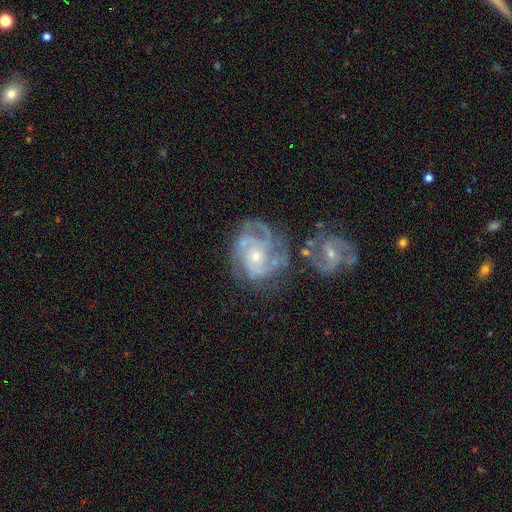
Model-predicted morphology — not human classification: Smooth or featured? featured or disk (88%)
Edge-on disk? no (98%)
Bar? no (72%)
Spiral arms? yes (97%)
Spiral winding? tight (54%)
Spiral arm count? 3 (46%)
Bulge size? small (61%)
Merging? none (51%)